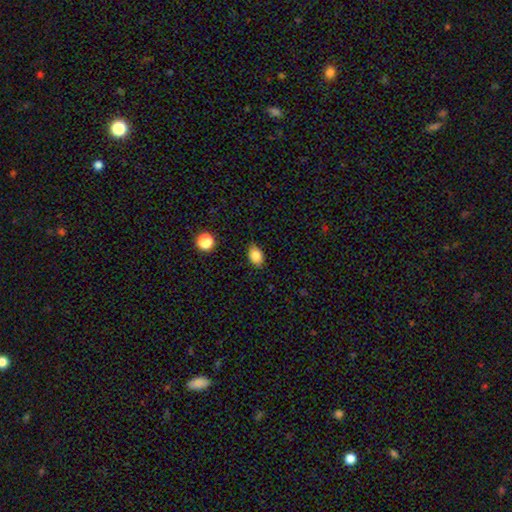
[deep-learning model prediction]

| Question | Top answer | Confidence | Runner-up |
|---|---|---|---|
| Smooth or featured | smooth | 83% | star or artifact (10%) |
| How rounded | in between | 77% | round (22%) |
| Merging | none | 82% | minor disturbance (14%) |